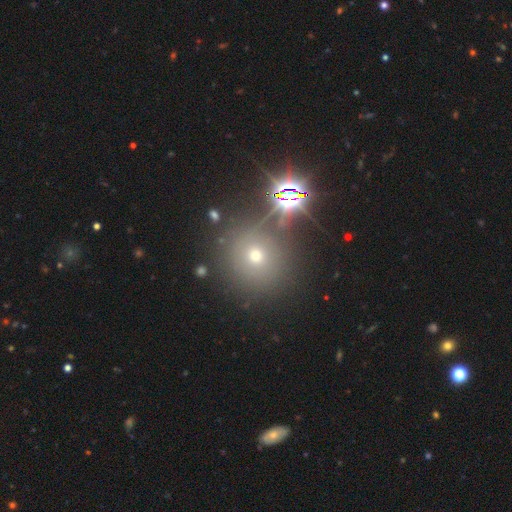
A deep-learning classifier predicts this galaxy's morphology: Q: Smooth or featured?
A: smooth (54%); runner-up: star or artifact (33%)
Q: How rounded?
A: round (91%); runner-up: in between (8%)
Q: Merging?
A: none (82%); runner-up: minor disturbance (8%)